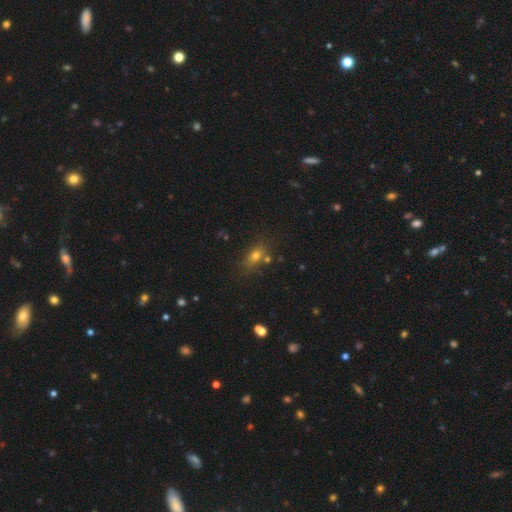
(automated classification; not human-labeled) The model was most divided on "how rounded": in between: 63%, round: 31%, cigar-shaped: 6%. More confident: merging — none (69%); smooth or featured — smooth (68%).